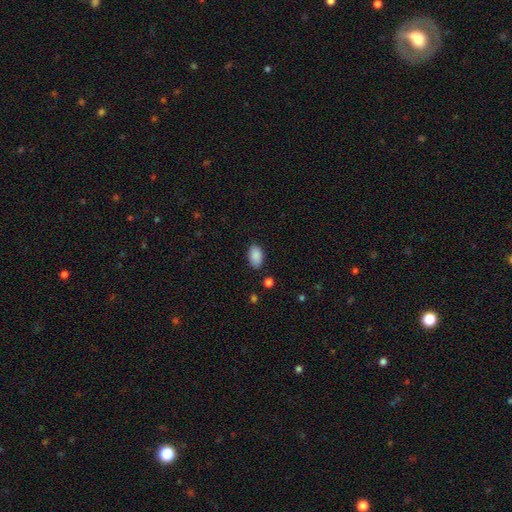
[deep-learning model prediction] Q: Smooth or featured?
A: smooth (89%); runner-up: star or artifact (7%)
Q: How rounded?
A: in between (92%); runner-up: round (6%)
Q: Merging?
A: none (83%); runner-up: minor disturbance (12%)